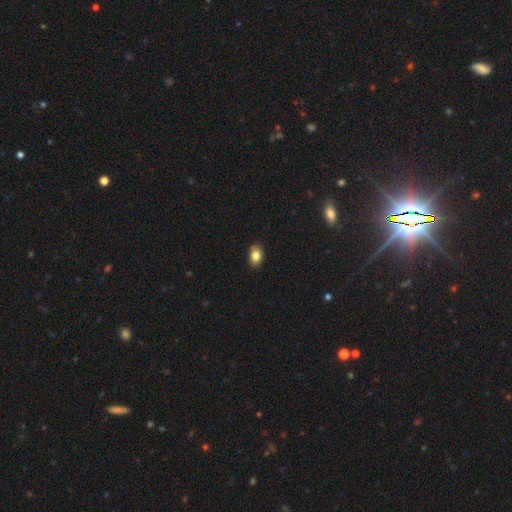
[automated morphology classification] smooth 82%, featured or disk 9%, star or artifact 9%. Down the decision tree: how rounded — in between (79%); merging — none (85%).